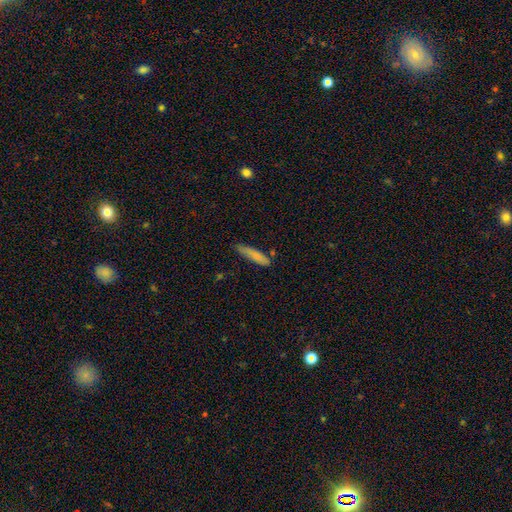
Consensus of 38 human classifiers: Overall: smooth (82%). How rounded: cigar-shaped (87%). Merging: none (74%).